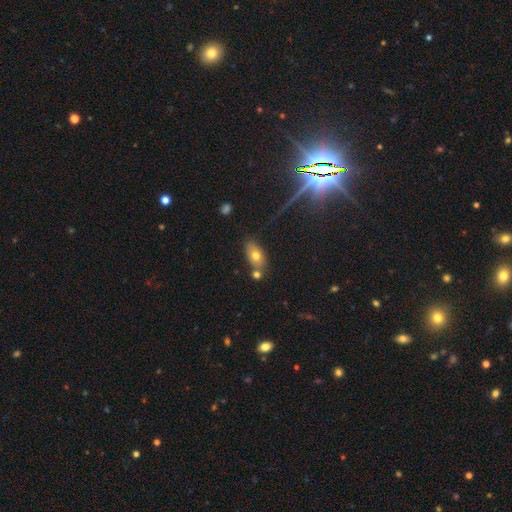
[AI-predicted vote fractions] smooth-or-featured: smooth: 71% | featured or disk: 18% | star or artifact: 11%
  how-rounded: in between: 85% | round: 11% | cigar-shaped: 4%
  merging: none: 64% | merger: 19% | minor disturbance: 14% | major disturbance: 4%